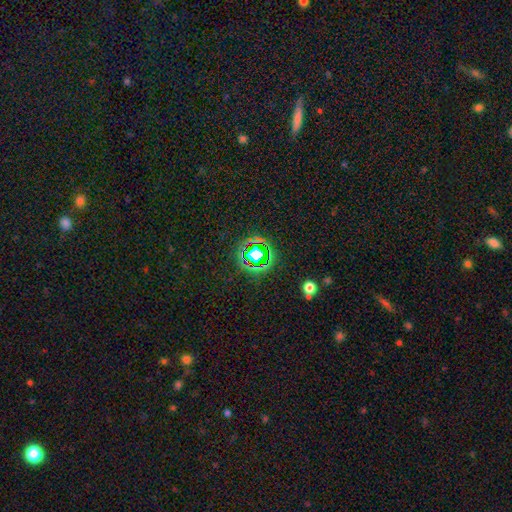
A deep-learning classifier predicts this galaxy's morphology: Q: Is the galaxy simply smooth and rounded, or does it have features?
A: star or artifact — 65%.